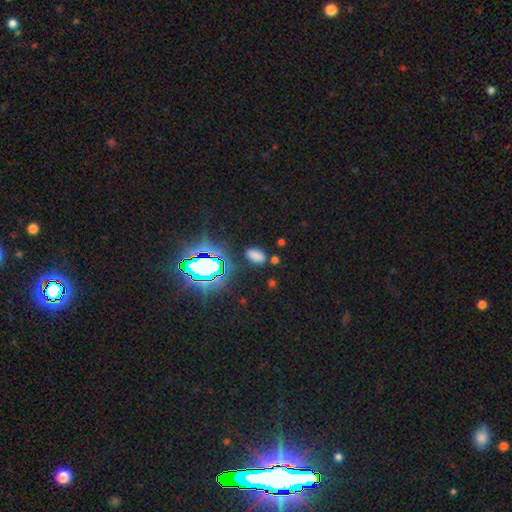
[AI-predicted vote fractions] Smooth or featured? smooth (69%)
How rounded? in between (90%)
Merging? none (82%)